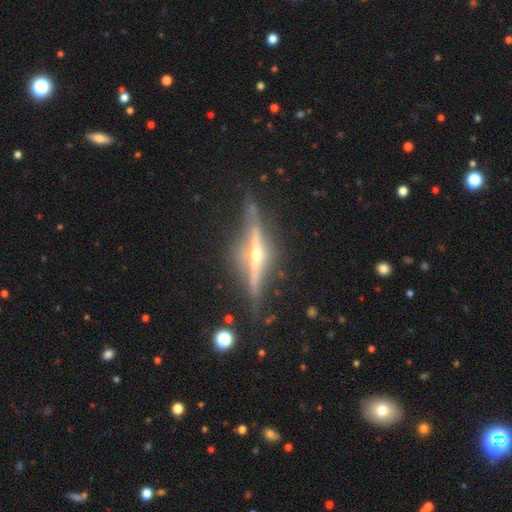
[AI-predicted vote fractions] Smooth or featured? featured or disk (86%)
Edge-on disk? yes (97%)
Edge-on bulge? rounded (90%)
Merging? none (82%)